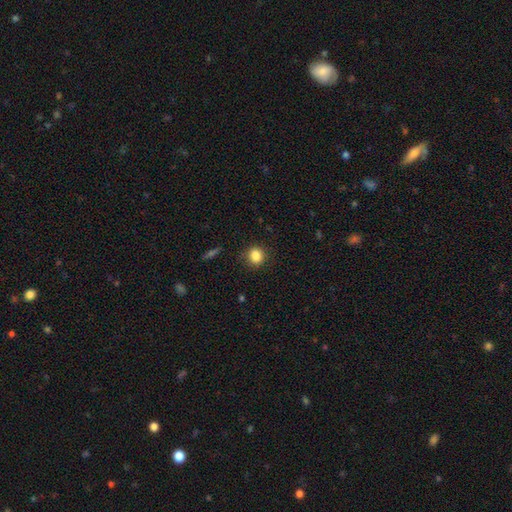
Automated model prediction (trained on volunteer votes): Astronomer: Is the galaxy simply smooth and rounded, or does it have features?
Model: smooth — 84%.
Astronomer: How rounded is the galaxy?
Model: round — 83%.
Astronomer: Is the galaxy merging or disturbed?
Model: none — 86%.